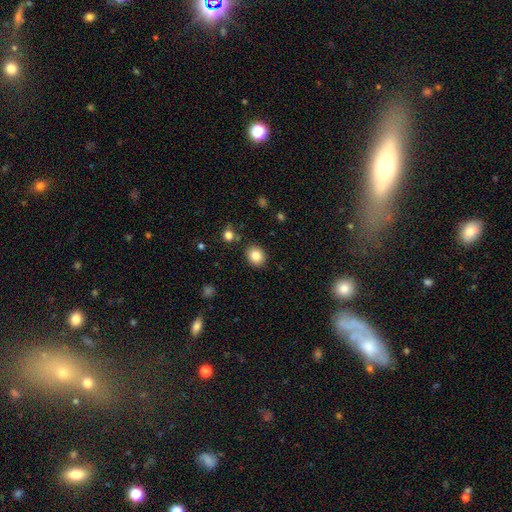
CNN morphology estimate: The model was most divided on "how rounded": round: 56%, in between: 43%, cigar-shaped: 1%. More confident: merging — none (87%); smooth or featured — smooth (83%).